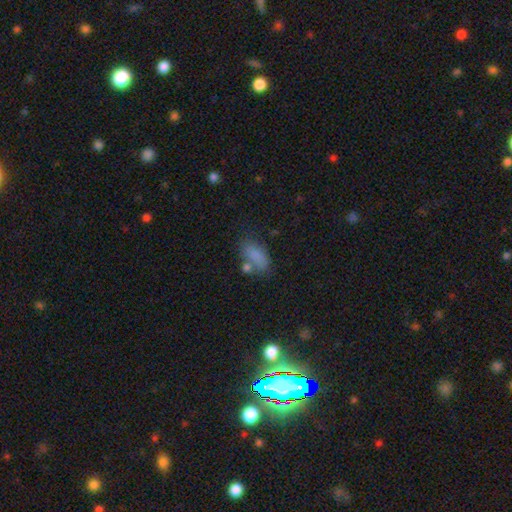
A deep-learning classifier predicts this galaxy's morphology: smooth 80%, star or artifact 11%, featured or disk 10%. Down the decision tree: how rounded — in between (87%); merging — none (56%).